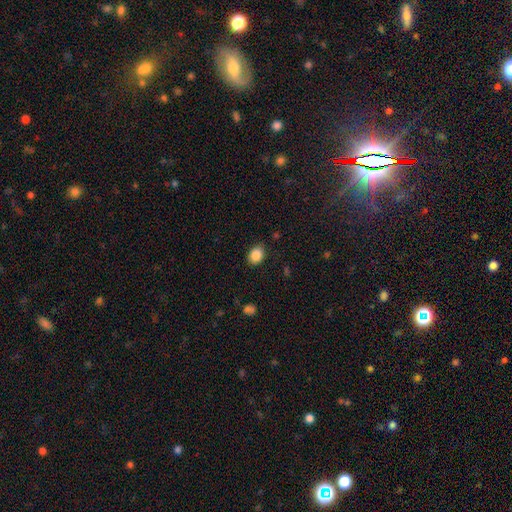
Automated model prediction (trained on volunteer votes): smooth-or-featured: smooth: 87% | star or artifact: 9% | featured or disk: 4%
  how-rounded: in between: 62% | round: 37% | cigar-shaped: 1%
  merging: none: 85% | minor disturbance: 11% | major disturbance: 3% | merger: 1%